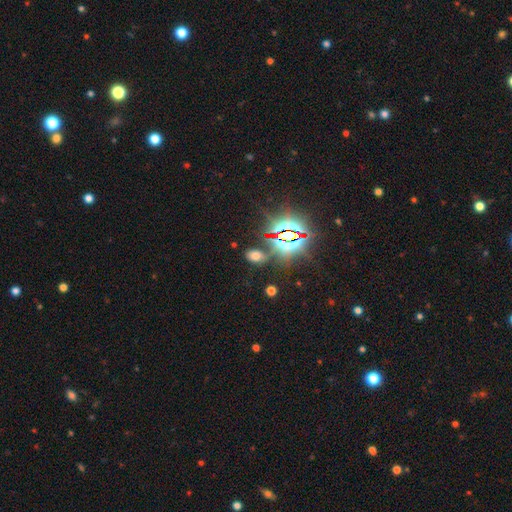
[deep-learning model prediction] This is possibly a smooth galaxy (50%). Merging: likely none (77%).